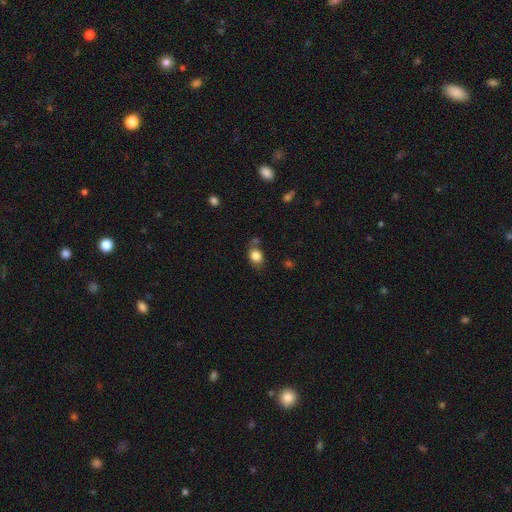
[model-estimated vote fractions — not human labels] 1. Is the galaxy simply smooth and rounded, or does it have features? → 83% smooth, 10% star or artifact, 7% featured or disk.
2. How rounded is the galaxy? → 55% in between, 44% round, 1% cigar-shaped.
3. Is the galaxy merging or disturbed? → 65% none, 19% minor disturbance, 11% merger, 5% major disturbance.